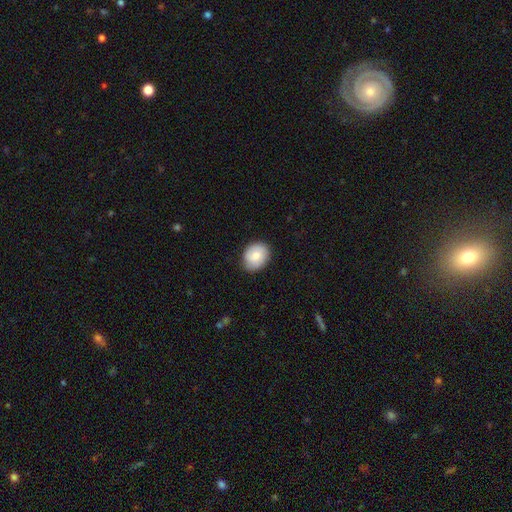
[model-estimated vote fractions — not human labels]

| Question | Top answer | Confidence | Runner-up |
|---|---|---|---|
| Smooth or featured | smooth | 81% | featured or disk (12%) |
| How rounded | round | 52% | in between (47%) |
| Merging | none | 83% | minor disturbance (13%) |